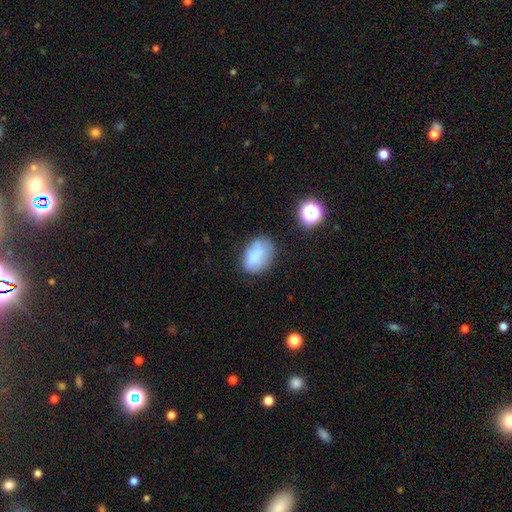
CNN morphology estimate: Overall: smooth (74%). How rounded: in between (78%). Merging: none (58%; minor disturbance 27%).